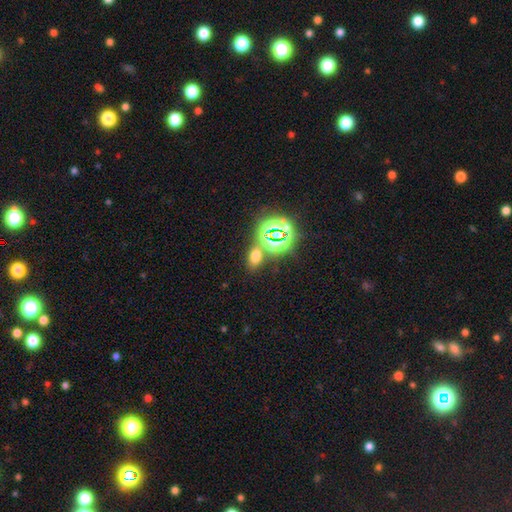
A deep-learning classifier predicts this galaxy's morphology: This appears to be a smooth galaxy with no disk features (56%) that is in between round and cigar-shaped (78%). Merging: none (73%).